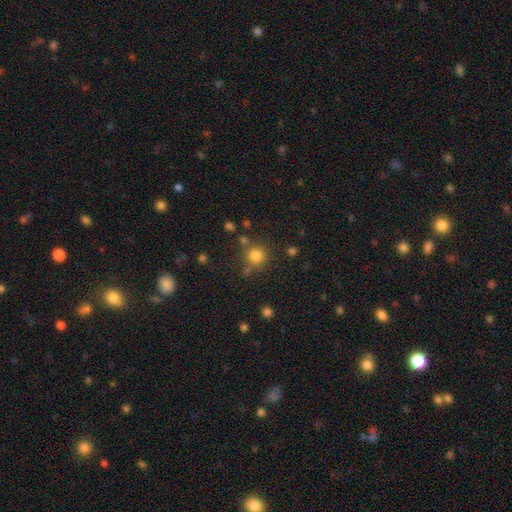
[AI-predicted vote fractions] Q: Smooth or featured?
A: smooth (80%); runner-up: star or artifact (14%)
Q: How rounded?
A: round (91%); runner-up: in between (8%)
Q: Merging?
A: none (75%); runner-up: minor disturbance (11%)